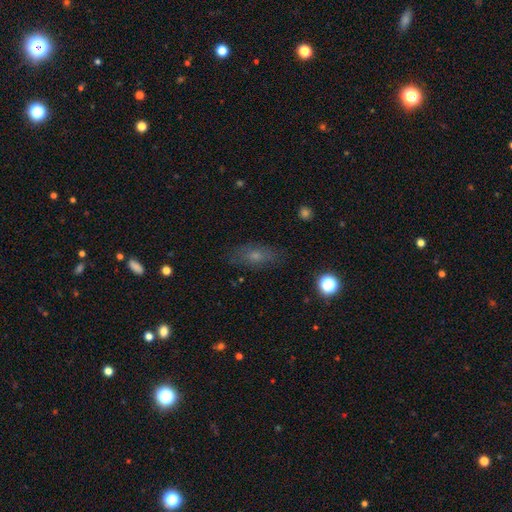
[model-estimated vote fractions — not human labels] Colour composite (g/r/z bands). It shows a smooth galaxy with no disk features (54%) that is in between round and cigar-shaped (72%). Merging: none (80%).